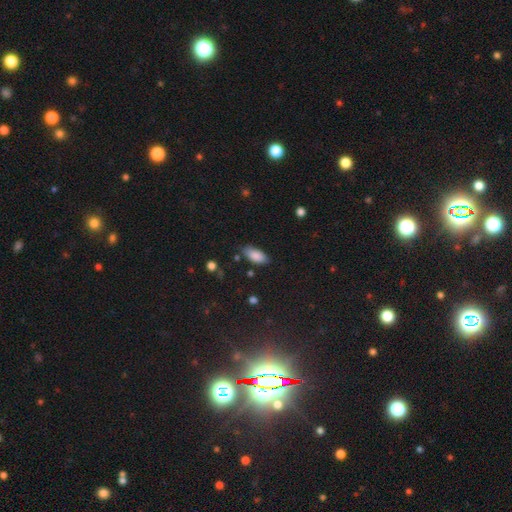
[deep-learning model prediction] A smooth galaxy with no disk features (86%) that is in between round and cigar-shaped (88%).

Vote fractions:
- Smooth or featured? smooth: 86% / star or artifact: 7% / featured or disk: 7%
- How rounded? in between: 88% / cigar-shaped: 10% / round: 2%
- Merging? none: 76% / minor disturbance: 18% / major disturbance: 4% / merger: 2%